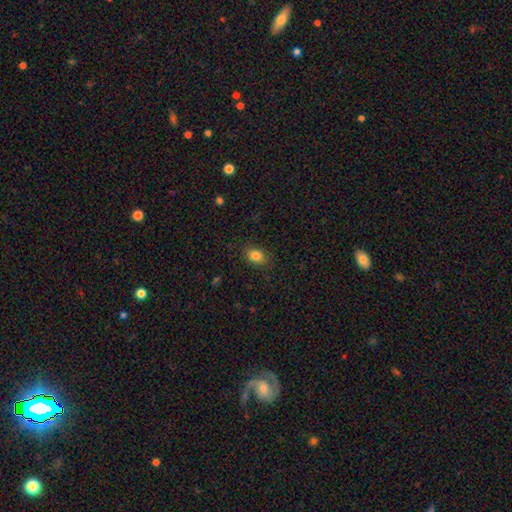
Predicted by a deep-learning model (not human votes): smooth-or-featured: smooth: 84% | star or artifact: 10% | featured or disk: 6%
  how-rounded: in between: 67% | round: 32% | cigar-shaped: 1%
  merging: none: 86% | minor disturbance: 11% | major disturbance: 3% | merger: 1%